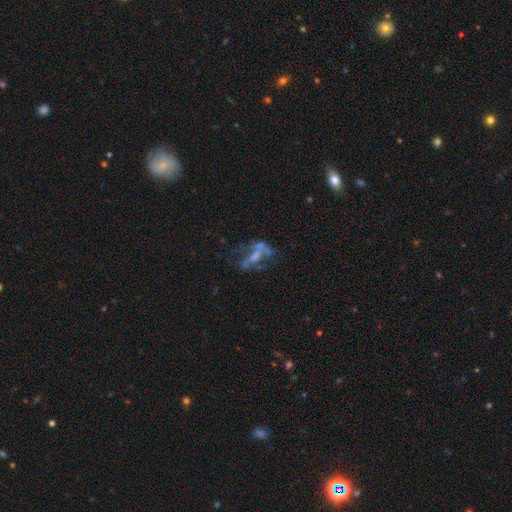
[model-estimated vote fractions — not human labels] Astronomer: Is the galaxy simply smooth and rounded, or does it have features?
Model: featured or disk — 61%.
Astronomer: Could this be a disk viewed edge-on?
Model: no — 89%.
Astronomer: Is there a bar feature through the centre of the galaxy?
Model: no — 66%.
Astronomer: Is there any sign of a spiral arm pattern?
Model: no — 75%.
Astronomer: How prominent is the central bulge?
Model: none — 52%.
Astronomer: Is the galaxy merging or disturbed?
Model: major disturbance — 36% (runner-up: none, 33%).